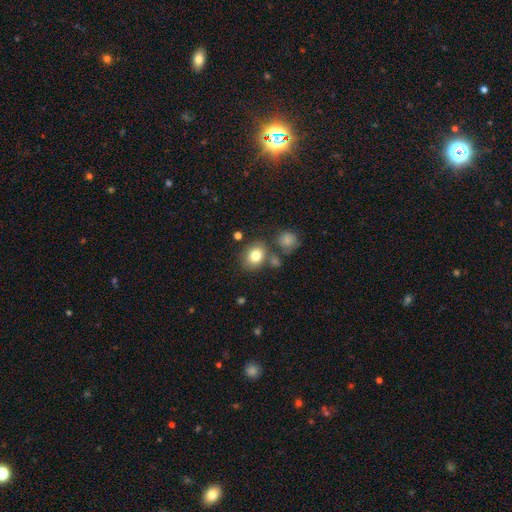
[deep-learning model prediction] A smooth galaxy with no disk features (80%) that is round (52%).

Vote fractions:
- Smooth or featured? smooth: 80% / star or artifact: 10% / featured or disk: 10%
- How rounded? round: 52% / in between: 47% / cigar-shaped: 1%
- Merging? none: 70% / merger: 13% / minor disturbance: 13% / major disturbance: 5%